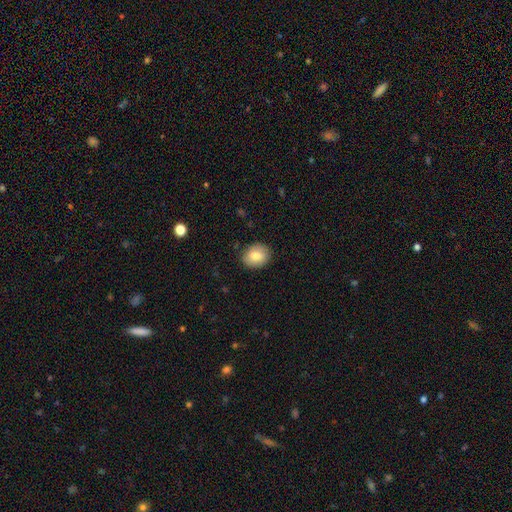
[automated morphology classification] A smooth galaxy with no disk features (79%) that is round (50%).

Vote fractions:
- Smooth or featured? smooth: 79% / featured or disk: 13% / star or artifact: 8%
- How rounded? round: 50% / in between: 49% / cigar-shaped: 1%
- Merging? none: 87% / minor disturbance: 10% / major disturbance: 2% / merger: 1%